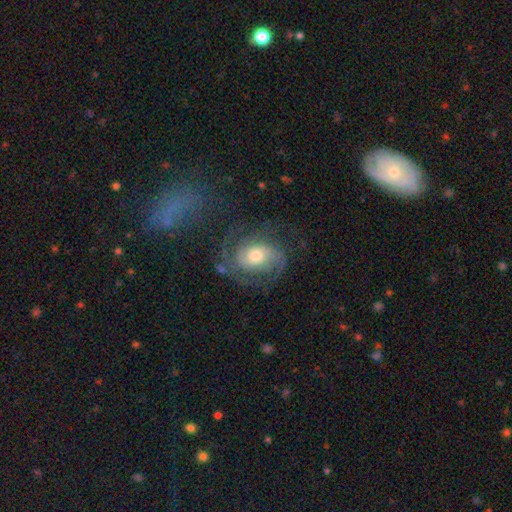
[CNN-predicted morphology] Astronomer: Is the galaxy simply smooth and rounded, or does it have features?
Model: featured or disk — 78%.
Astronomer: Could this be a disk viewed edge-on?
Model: no — 97%.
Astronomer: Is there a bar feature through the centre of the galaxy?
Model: no — 65%.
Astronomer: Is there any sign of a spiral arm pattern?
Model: yes — 93%.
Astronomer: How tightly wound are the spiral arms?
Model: medium — 43% (runner-up: tight, 39%).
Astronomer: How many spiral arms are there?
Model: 2 — 59%.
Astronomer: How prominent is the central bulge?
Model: moderate — 65%.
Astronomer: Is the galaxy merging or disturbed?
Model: none — 62%.